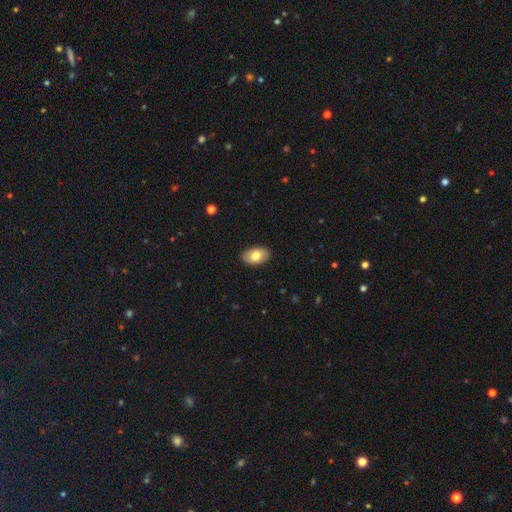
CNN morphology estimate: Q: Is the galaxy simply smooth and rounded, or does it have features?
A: smooth — 78%.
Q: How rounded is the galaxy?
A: in between — 93%.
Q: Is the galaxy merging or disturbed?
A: none — 89%.